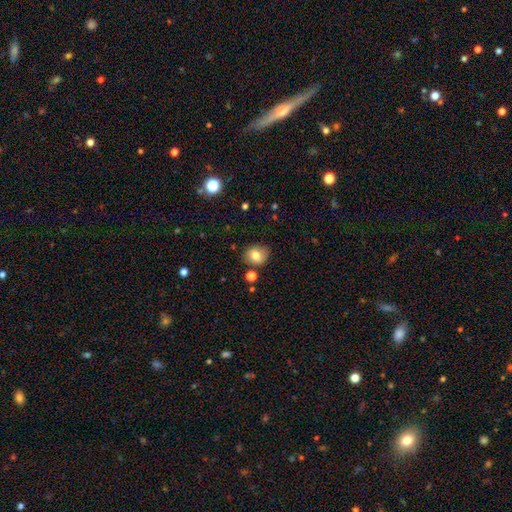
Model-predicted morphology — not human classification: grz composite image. It shows a smooth galaxy with no disk features (77%) that is round (64%). Merging: none (79%).